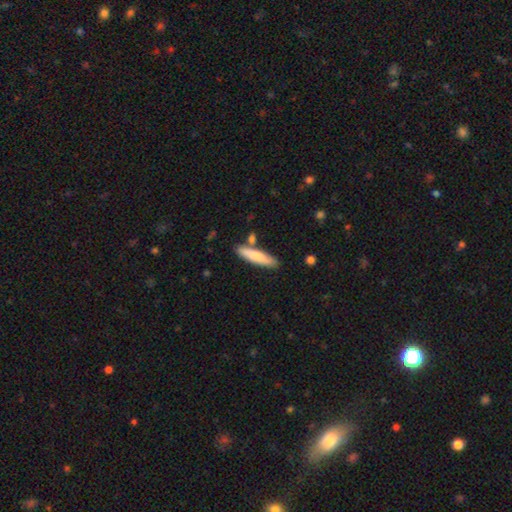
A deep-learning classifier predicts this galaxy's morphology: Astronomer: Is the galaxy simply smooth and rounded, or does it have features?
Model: smooth — 78%.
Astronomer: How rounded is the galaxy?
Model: cigar-shaped — 80%.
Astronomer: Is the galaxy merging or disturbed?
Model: none — 79%.